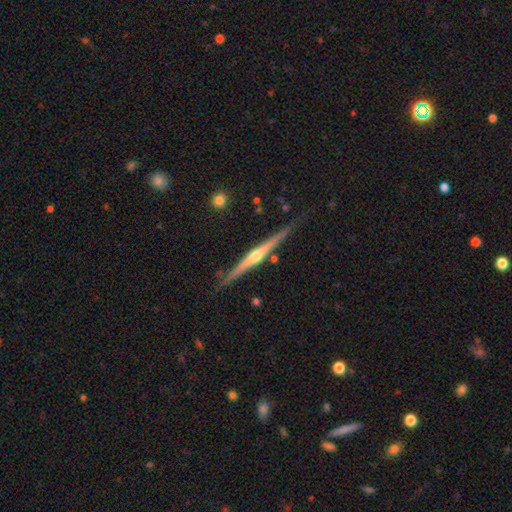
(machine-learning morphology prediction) Q: Smooth or featured?
A: featured or disk (80%); runner-up: smooth (14%)
Q: Edge-on disk?
A: yes (98%); runner-up: no (2%)
Q: Edge-on bulge?
A: rounded (87%); runner-up: none (9%)
Q: Merging?
A: none (83%); runner-up: minor disturbance (13%)